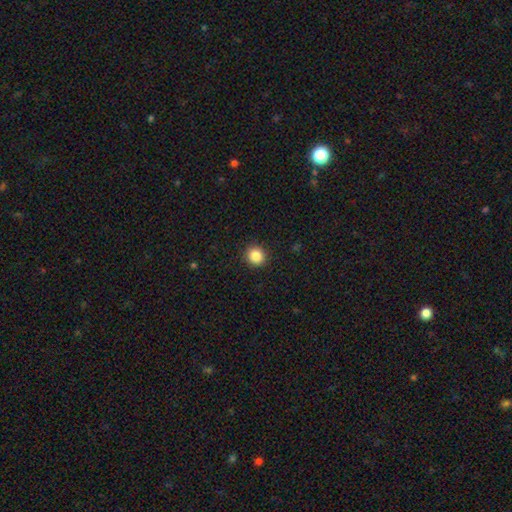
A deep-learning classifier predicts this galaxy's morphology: Q: Smooth or featured?
A: smooth (86%); runner-up: star or artifact (10%)
Q: How rounded?
A: round (89%); runner-up: in between (10%)
Q: Merging?
A: none (92%); runner-up: minor disturbance (6%)